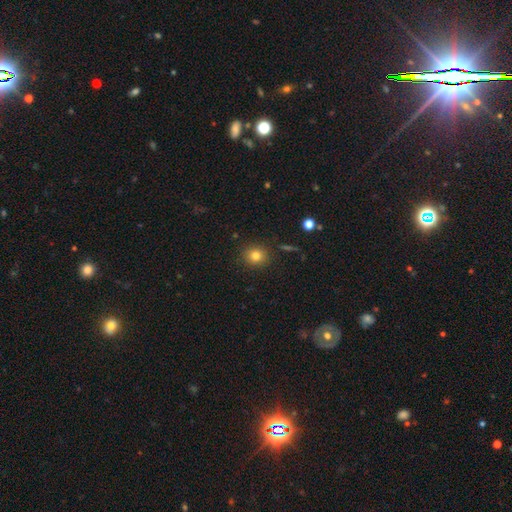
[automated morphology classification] Q: Smooth or featured?
A: smooth (80%); runner-up: star or artifact (12%)
Q: How rounded?
A: round (83%); runner-up: in between (16%)
Q: Merging?
A: none (88%); runner-up: minor disturbance (7%)